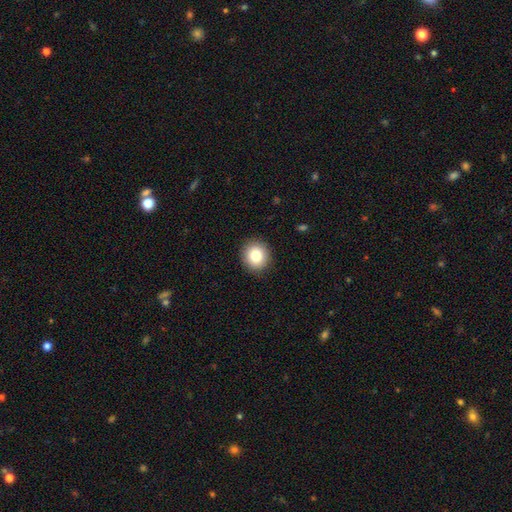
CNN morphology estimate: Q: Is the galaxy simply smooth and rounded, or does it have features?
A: smooth — 83%.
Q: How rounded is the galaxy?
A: round — 82%.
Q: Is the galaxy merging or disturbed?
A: none — 90%.